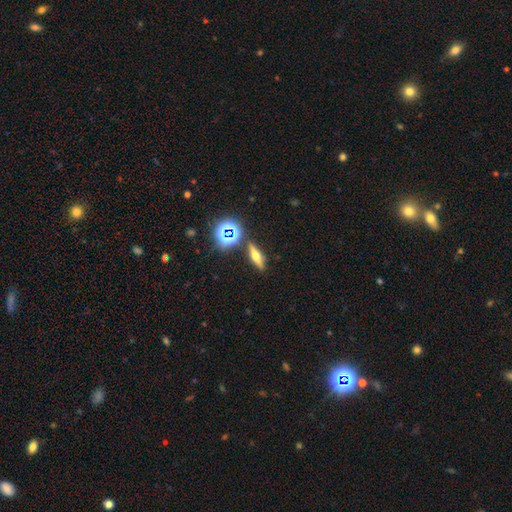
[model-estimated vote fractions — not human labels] Morphology: type=featured or disk (47%); merging=none (85%).